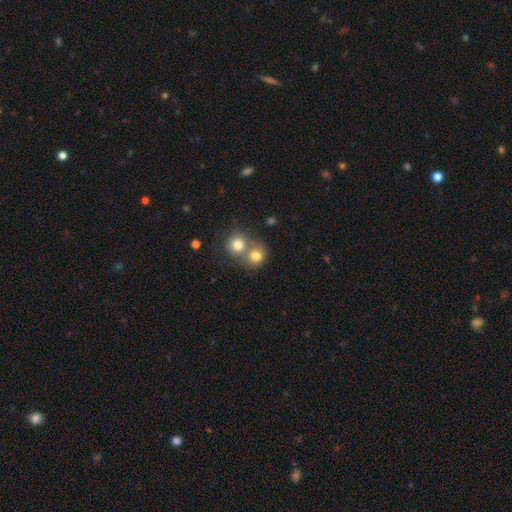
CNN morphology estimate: smooth 78%, featured or disk 12%, star or artifact 10%. Down the decision tree: how rounded — round (79%); merging — merger (60%).